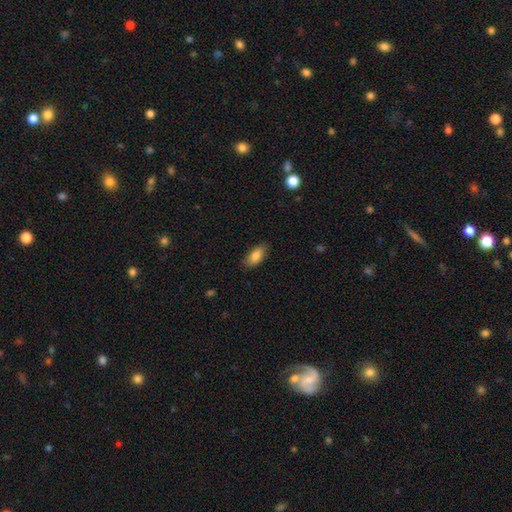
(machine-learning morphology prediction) A smooth galaxy with no disk features (84%) that is in between round and cigar-shaped (87%).

Vote fractions:
- Smooth or featured? smooth: 84% / featured or disk: 9% / star or artifact: 7%
- How rounded? in between: 87% / cigar-shaped: 11% / round: 3%
- Merging? none: 82% / minor disturbance: 14% / major disturbance: 3% / merger: 1%